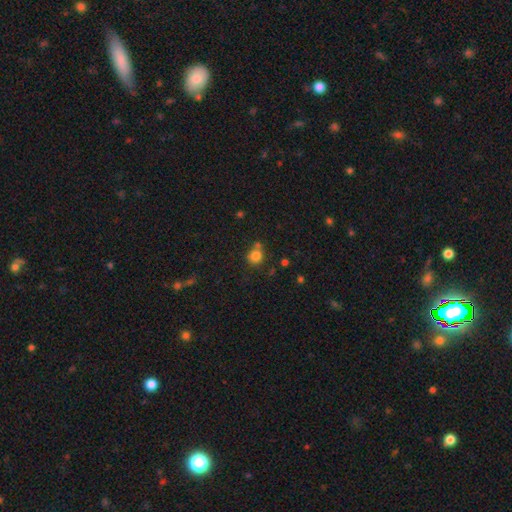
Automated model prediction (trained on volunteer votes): Morphology: type=smooth (81%); roundness=round (83%); merging=none (58%).